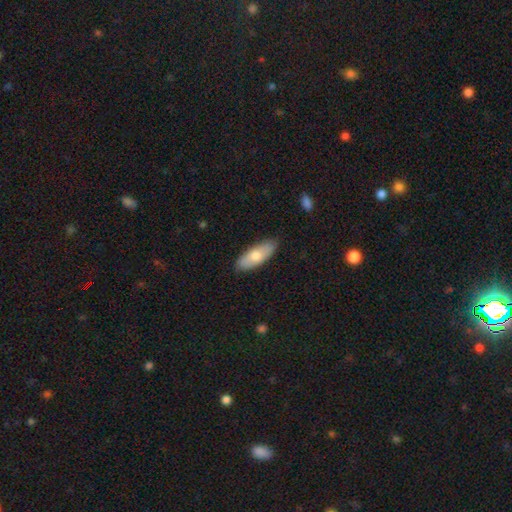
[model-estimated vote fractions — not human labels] Q: Smooth or featured?
A: smooth (71%); runner-up: featured or disk (24%)
Q: How rounded?
A: in between (71%); runner-up: cigar-shaped (27%)
Q: Merging?
A: none (85%); runner-up: minor disturbance (12%)